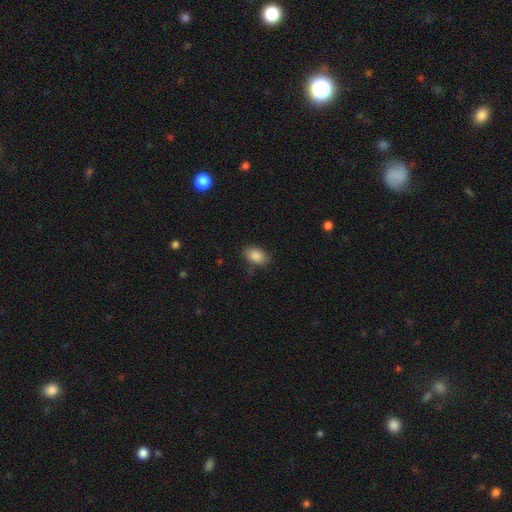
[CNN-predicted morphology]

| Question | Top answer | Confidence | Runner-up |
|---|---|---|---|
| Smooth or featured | smooth | 86% | star or artifact (8%) |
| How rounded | in between | 88% | round (10%) |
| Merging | none | 82% | minor disturbance (14%) |